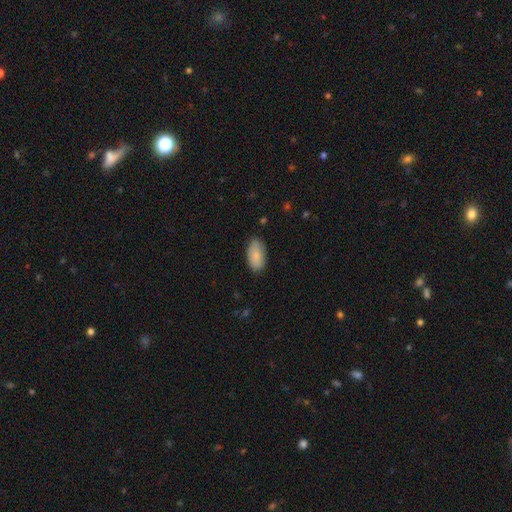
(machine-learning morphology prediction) This appears to be a smooth galaxy with no disk features (85%) that is in between round and cigar-shaped (94%). Merging: none (79%).